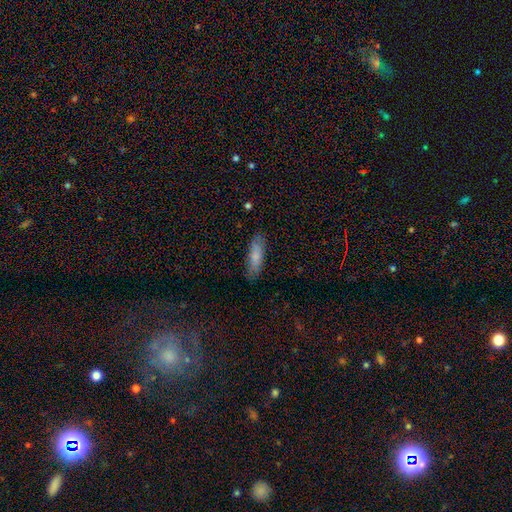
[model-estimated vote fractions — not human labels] This is likely a smooth galaxy (79%). How rounded: possibly cigar-shaped (49%, tied with in between). Merging: clearly none (82%).